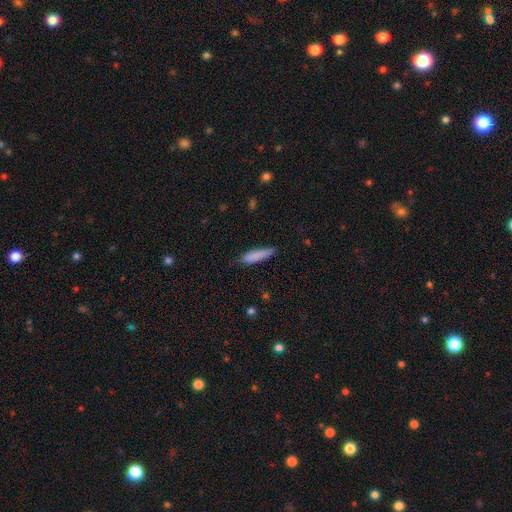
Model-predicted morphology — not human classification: Smooth or featured: smooth — 85% (featured or disk — 9%)
How rounded: cigar-shaped — 79% (in between — 19%)
Merging: none — 76% (minor disturbance — 19%)